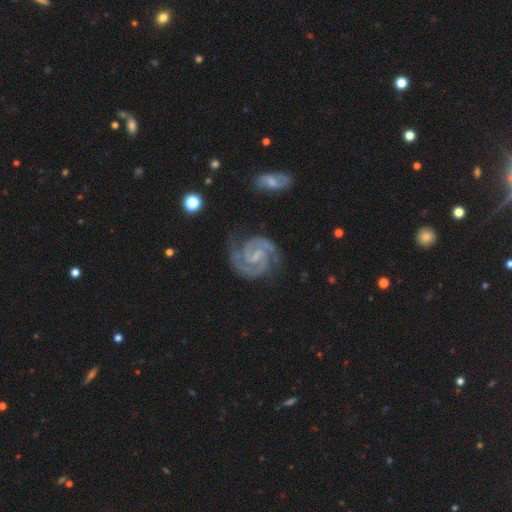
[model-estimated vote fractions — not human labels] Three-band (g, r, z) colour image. It shows a featured or disk galaxy (93%) with a weak bar (54%), 2 (89%) tight (55%) spiral arms (99%) and a small central bulge (51%). Merging: none (76%).